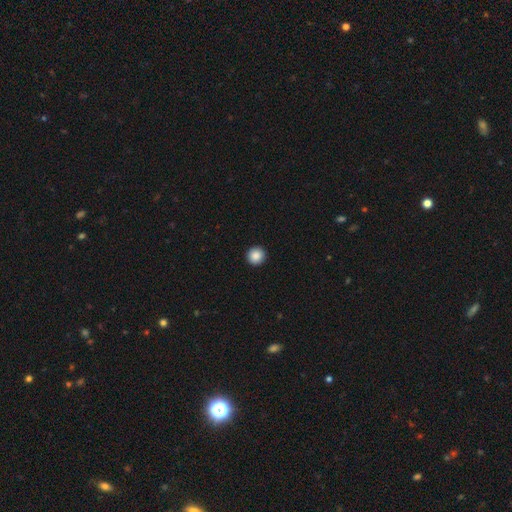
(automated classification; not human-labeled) smooth-or-featured: smooth: 88% | star or artifact: 9% | featured or disk: 3%
  how-rounded: round: 95% | in between: 4% | cigar-shaped: 1%
  merging: none: 94% | minor disturbance: 4% | major disturbance: 1% | merger: 1%